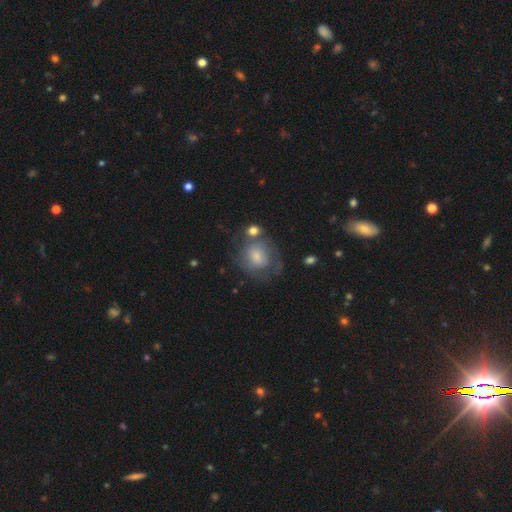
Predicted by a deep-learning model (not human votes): Overall: smooth (46%; featured or disk 41%). Merging: none (60%).